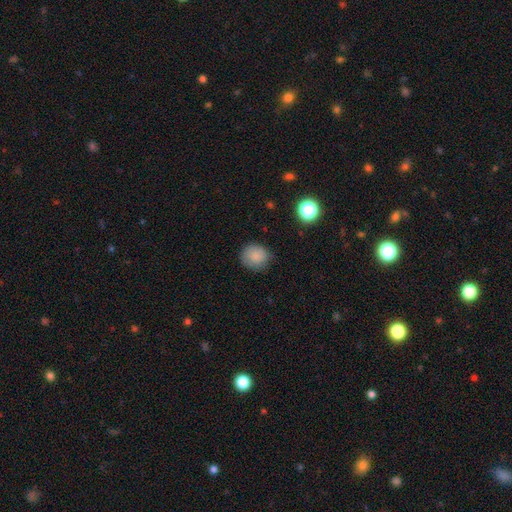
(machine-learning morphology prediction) A smooth galaxy with no disk features (84%) that is round (85%). Merging: none (80%).